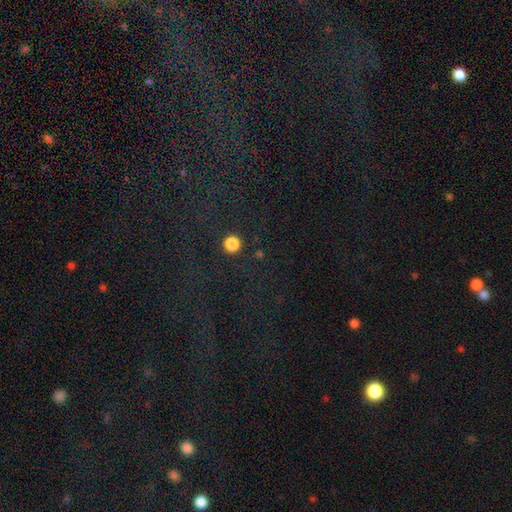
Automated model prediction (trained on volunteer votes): Morphology: type=star or artifact (75%).